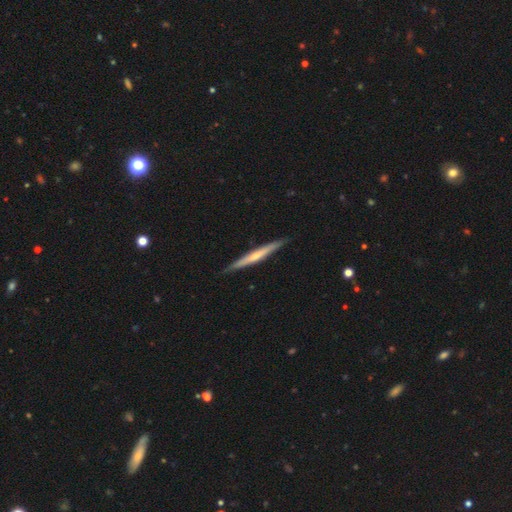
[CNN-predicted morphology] smooth_or_featured: featured or disk (p=0.57) [alt: smooth p=0.38]
disk_edge_on: yes (p=0.96) [alt: no p=0.04]
edge_on_bulge: rounded (p=0.50) [alt: none p=0.44]
merging: none (p=0.89) [alt: minor disturbance p=0.08]